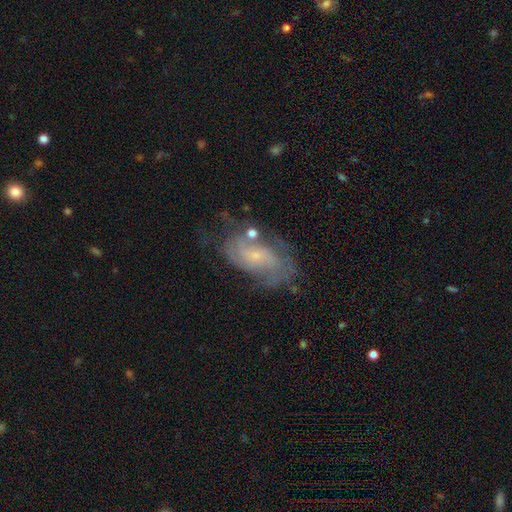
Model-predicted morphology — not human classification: A featured or disk galaxy (74%) with no bar (64%), 2 (41%) medium (41%) spiral arms (85%) and a small central bulge (78%). Merging: none (52%).